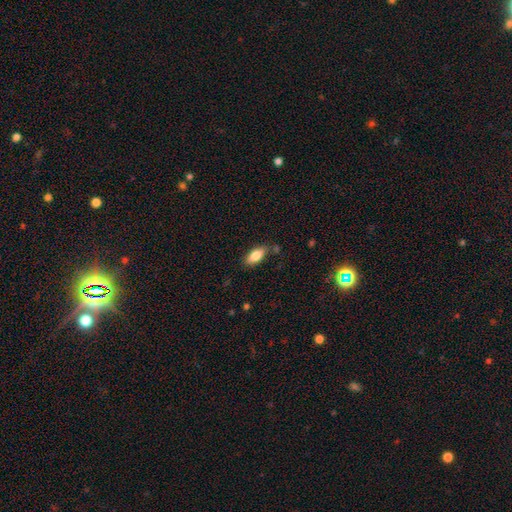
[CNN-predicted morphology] This appears to be a smooth galaxy with no disk features (82%) that is in between round and cigar-shaped (86%). Merging: none (76%).